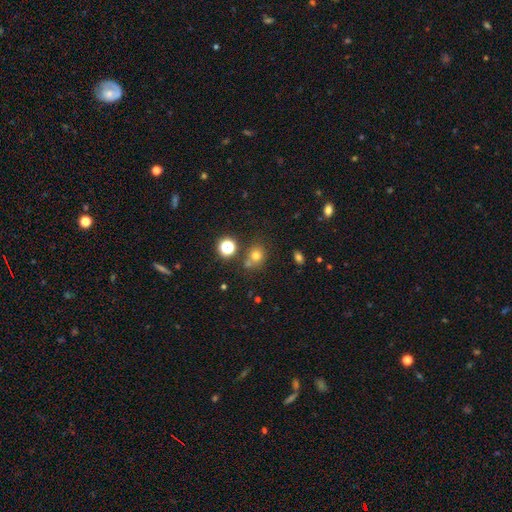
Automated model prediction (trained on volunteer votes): This appears to be a smooth galaxy with no disk features (71%) that is round (74%). Merging: none (63%).